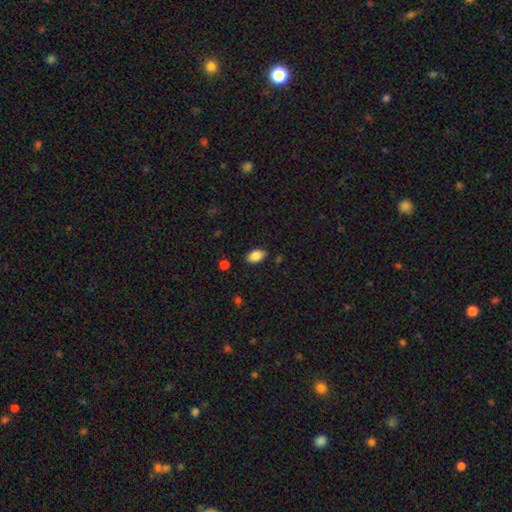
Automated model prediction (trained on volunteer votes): smooth_or_featured: smooth (p=0.86) [alt: star or artifact p=0.08]
how_rounded: in between (p=0.93) [alt: round p=0.06]
merging: none (p=0.86) [alt: minor disturbance p=0.10]